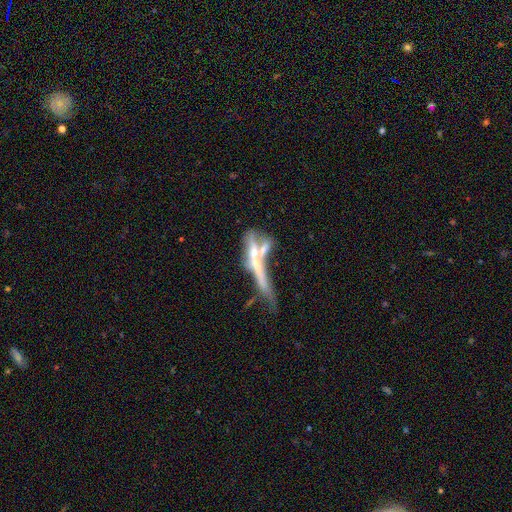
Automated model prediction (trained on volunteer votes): A featured or disk galaxy (57%) viewed edge-on (66%). Merging: merger (49%).